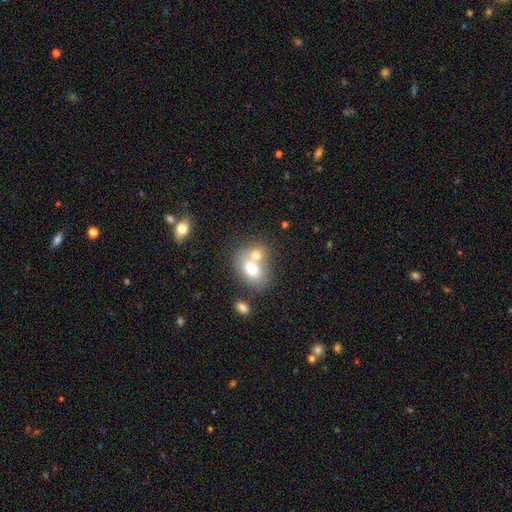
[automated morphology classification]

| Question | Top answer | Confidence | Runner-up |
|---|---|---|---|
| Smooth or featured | smooth | 72% | featured or disk (19%) |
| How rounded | in between | 66% | round (33%) |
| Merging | merger | 58% | none (29%) |